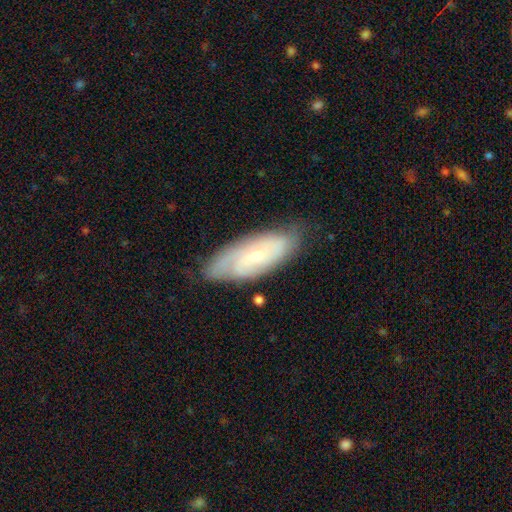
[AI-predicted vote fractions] This appears to be a featured or disk galaxy (61%) with no bar (70%), spiral arms (85%) and a small central bulge (67%). Merging: none (73%).